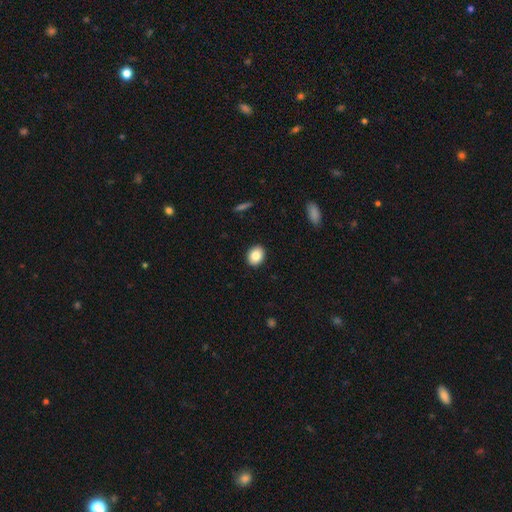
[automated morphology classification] Smooth or featured: smooth — 85% (star or artifact — 8%)
How rounded: in between — 54% (round — 45%)
Merging: none — 91% (minor disturbance — 6%)